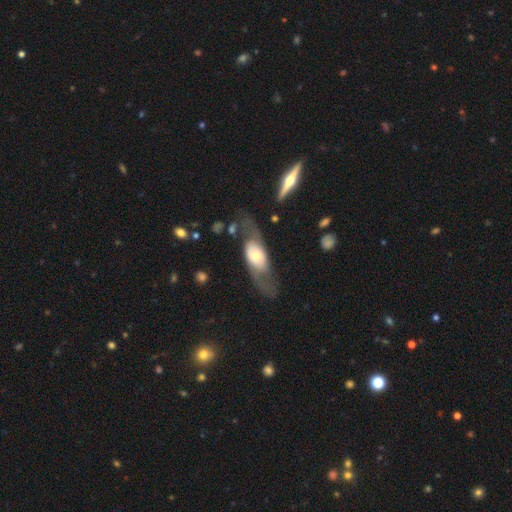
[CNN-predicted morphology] featured or disk 60%, smooth 33%, star or artifact 6%. Down the decision tree: edge-on disk — no (76%); merging — none (59%).